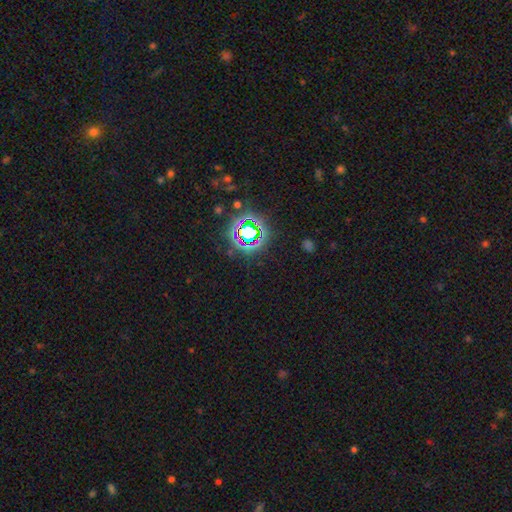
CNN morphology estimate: Smooth or featured? star or artifact (82%)